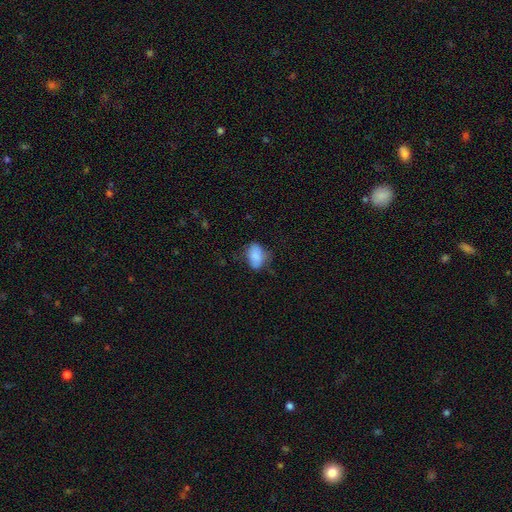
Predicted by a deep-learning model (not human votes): This appears to be a smooth galaxy with no disk features (85%) that is in between round and cigar-shaped (88%). Merging: none (56%).